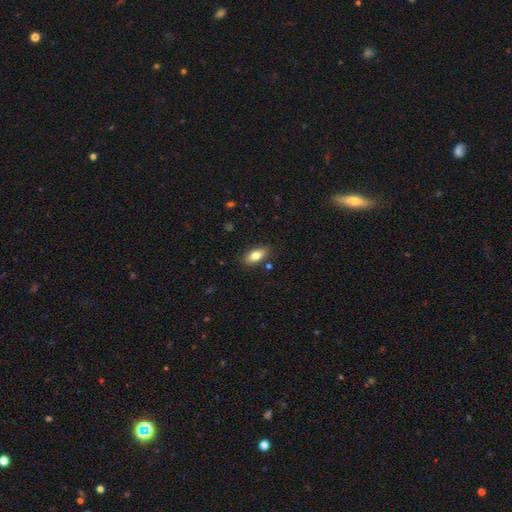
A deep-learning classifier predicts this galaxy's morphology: smooth 76%, featured or disk 17%, star or artifact 7%. Down the decision tree: how rounded — in between (85%); merging — none (86%).